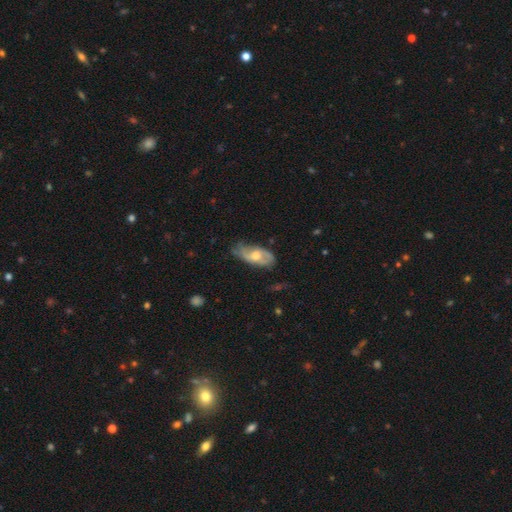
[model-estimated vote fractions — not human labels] A featured or disk galaxy (60%) with no bar (65%), spiral arms (77%) and a moderate central bulge (70%). Merging: none (59%).